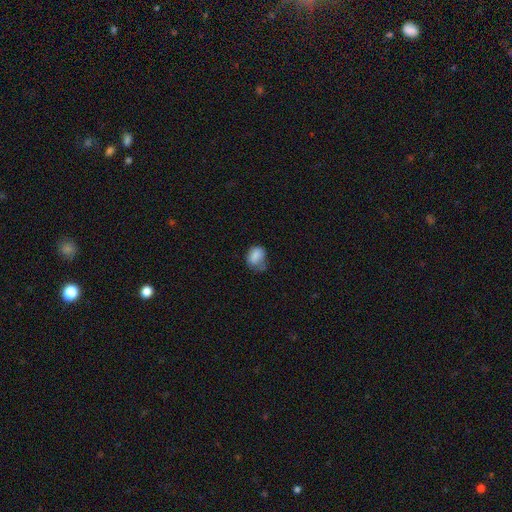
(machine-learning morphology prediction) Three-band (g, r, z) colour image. It shows a smooth galaxy with no disk features (79%) that is in between round and cigar-shaped (62%). Merging: none (40%).